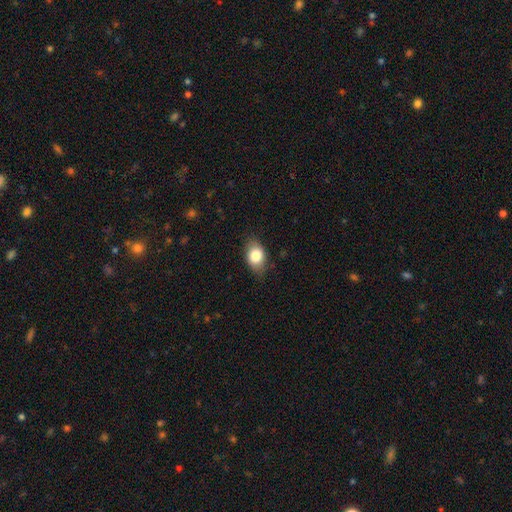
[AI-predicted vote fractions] Smooth or featured?
  - smooth: 82% *
  - featured or disk: 11%
  - star or artifact: 8%
How rounded?
  - in between: 82% *
  - round: 16%
  - cigar-shaped: 2%
Merging?
  - none: 79% *
  - minor disturbance: 17%
  - major disturbance: 3%
  - merger: 1%